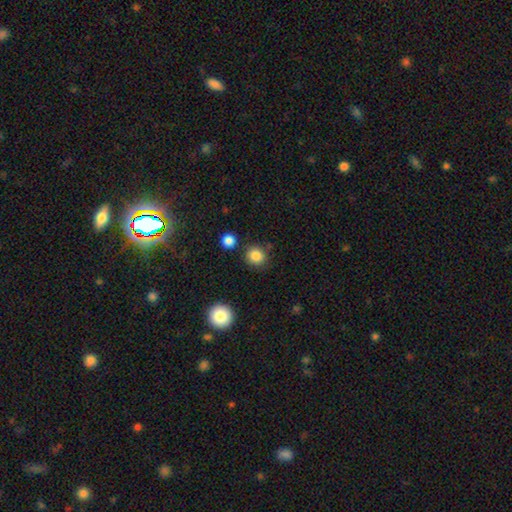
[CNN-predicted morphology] This appears to be a smooth galaxy with no disk features (86%) that is round (88%). Merging: none (84%).